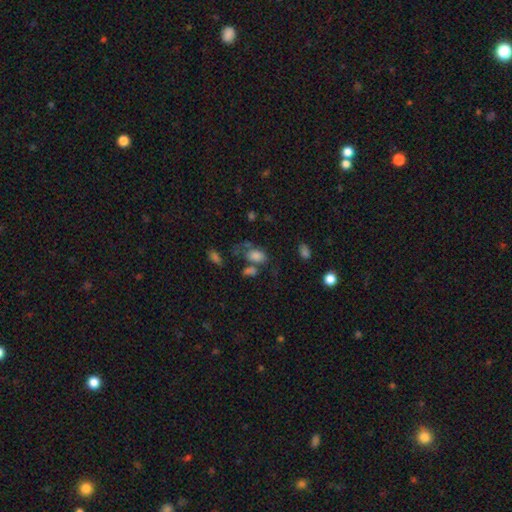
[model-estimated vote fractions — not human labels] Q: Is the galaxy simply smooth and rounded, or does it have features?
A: smooth — 76%.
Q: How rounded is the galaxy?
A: in between — 88%.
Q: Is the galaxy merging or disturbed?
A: none — 33%.